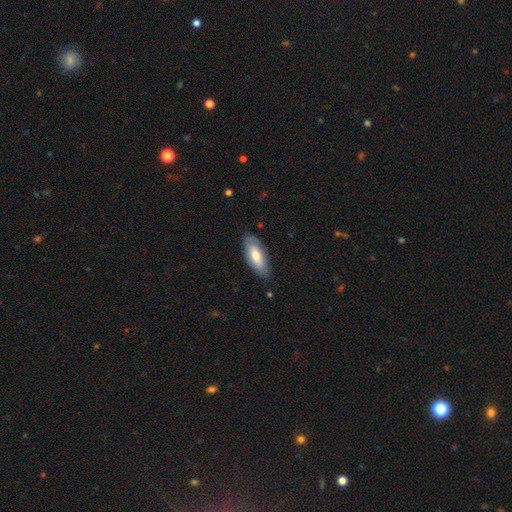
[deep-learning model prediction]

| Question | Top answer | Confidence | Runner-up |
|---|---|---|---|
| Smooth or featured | smooth | 70% | featured or disk (24%) |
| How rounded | in between | 77% | cigar-shaped (21%) |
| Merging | none | 81% | minor disturbance (15%) |